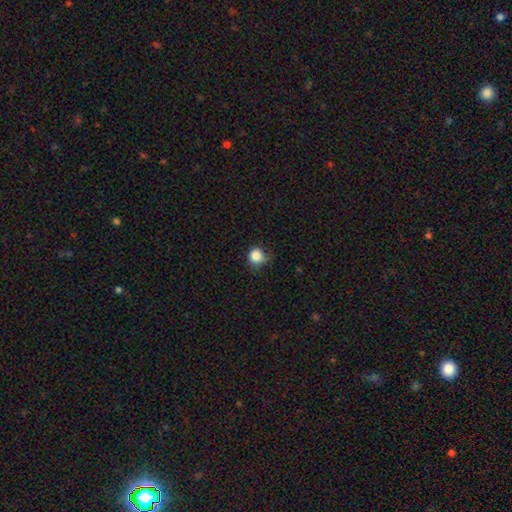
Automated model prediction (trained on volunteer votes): Q: Smooth or featured?
A: smooth (86%); runner-up: star or artifact (10%)
Q: How rounded?
A: round (88%); runner-up: in between (12%)
Q: Merging?
A: none (62%); runner-up: minor disturbance (29%)